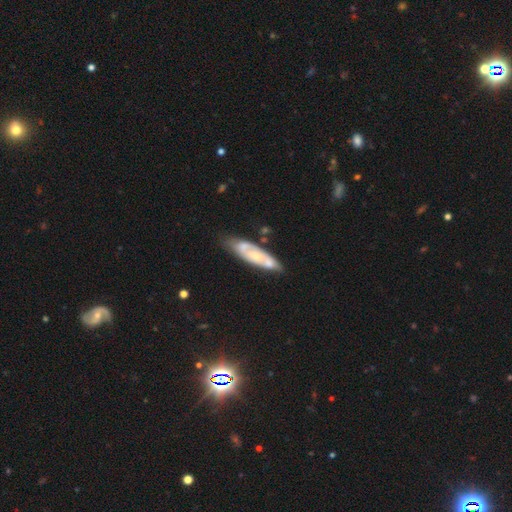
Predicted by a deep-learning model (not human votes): Overall: featured or disk (61%; smooth 34%). Edge-on disk: no (80%). Merging: none (56%; minor disturbance 25%).